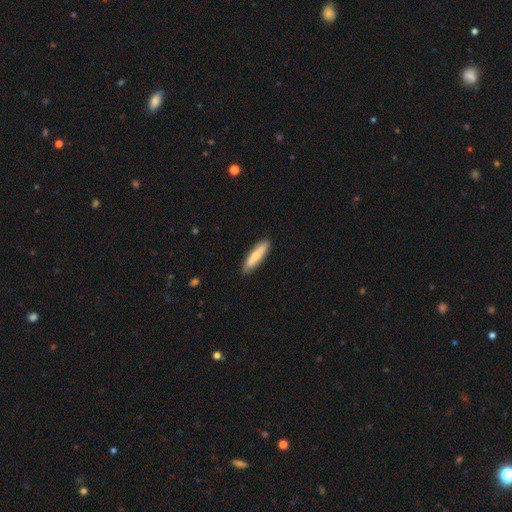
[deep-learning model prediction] Overall: smooth (72%). How rounded: cigar-shaped (75%). Merging: none (88%).